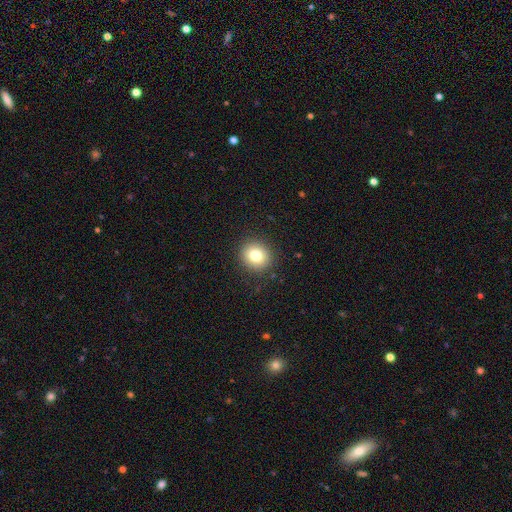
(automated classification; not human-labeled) Smooth or featured: smooth — 79% (star or artifact — 11%)
How rounded: round — 86% (in between — 13%)
Merging: none — 90% (minor disturbance — 6%)